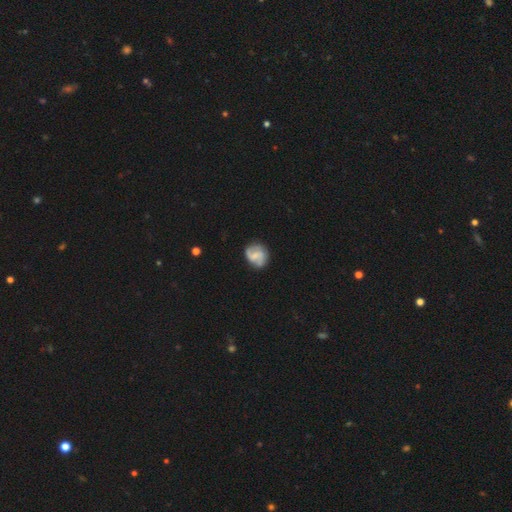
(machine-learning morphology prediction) smooth-or-featured: featured or disk: 65% | smooth: 28% | star or artifact: 7%
  disk-edge-on: no: 98% | yes: 2%
    bar: weak: 46% | no: 37% | strong: 17%
    has-spiral-arms: yes: 88% | no: 12%
      spiral-winding: medium: 43% | loose: 35% | tight: 22%
      spiral-arm-count: 2: 77% | can't tell: 10% | 3: 6% | 1: 4% | 4: 2% | more than 4: 1%
    bulge-size: small: 41% | none: 33% | moderate: 22% | large: 3% | dominant: 1%
  merging: none: 71% | minor disturbance: 19% | major disturbance: 7% | merger: 3%